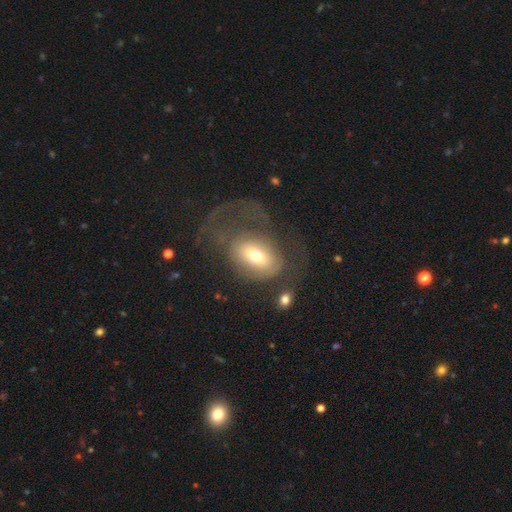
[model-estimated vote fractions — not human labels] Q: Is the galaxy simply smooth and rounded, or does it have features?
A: featured or disk — 46%.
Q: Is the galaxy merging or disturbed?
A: major disturbance — 53%.